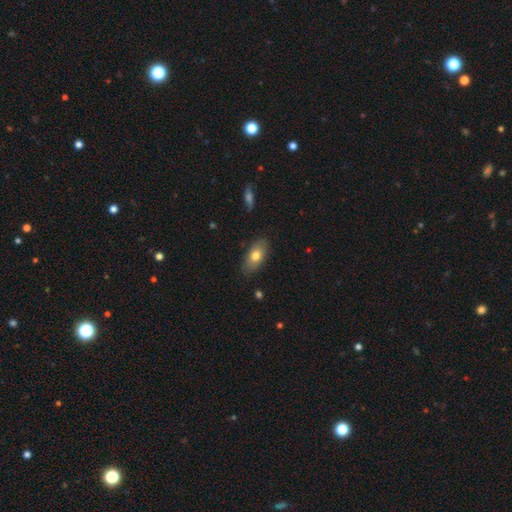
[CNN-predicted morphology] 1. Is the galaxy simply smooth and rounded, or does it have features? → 73% smooth, 20% featured or disk, 7% star or artifact.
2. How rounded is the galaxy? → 90% in between, 5% cigar-shaped, 5% round.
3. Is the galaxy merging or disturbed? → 82% none, 15% minor disturbance, 3% major disturbance, 1% merger.